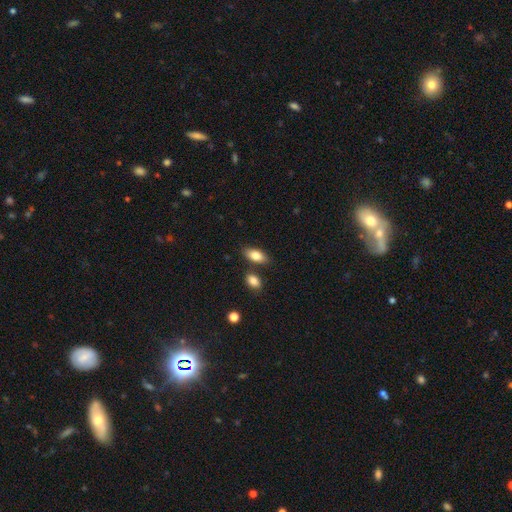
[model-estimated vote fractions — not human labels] Smooth or featured: smooth — 82% (featured or disk — 11%)
How rounded: in between — 88% (cigar-shaped — 8%)
Merging: none — 77% (minor disturbance — 11%)